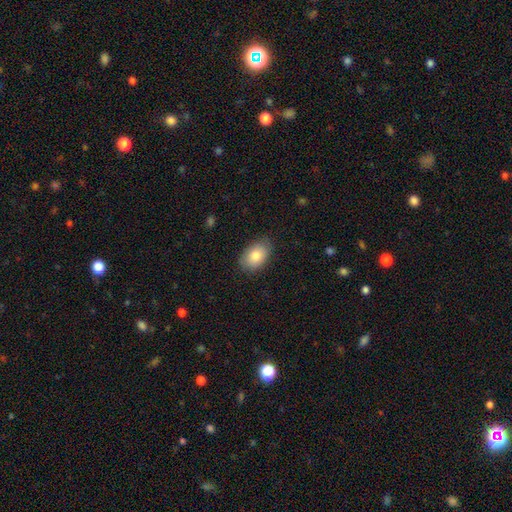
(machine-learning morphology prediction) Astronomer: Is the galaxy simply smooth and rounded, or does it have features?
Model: smooth — 83%.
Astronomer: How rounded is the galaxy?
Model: in between — 88%.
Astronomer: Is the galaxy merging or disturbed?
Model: none — 84%.